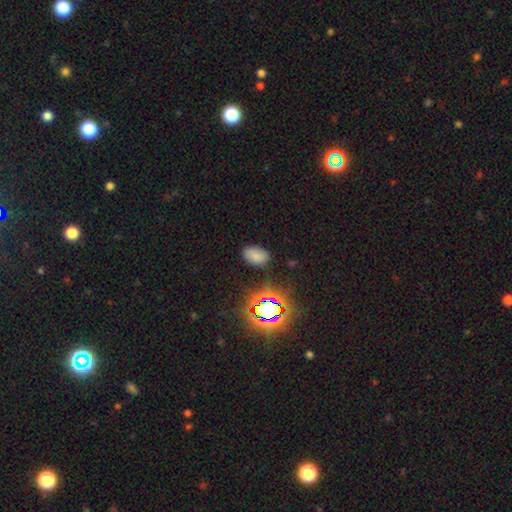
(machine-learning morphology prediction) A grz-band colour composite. It shows a smooth galaxy with no disk features (72%) that is in between round and cigar-shaped (90%). Merging: none (80%).